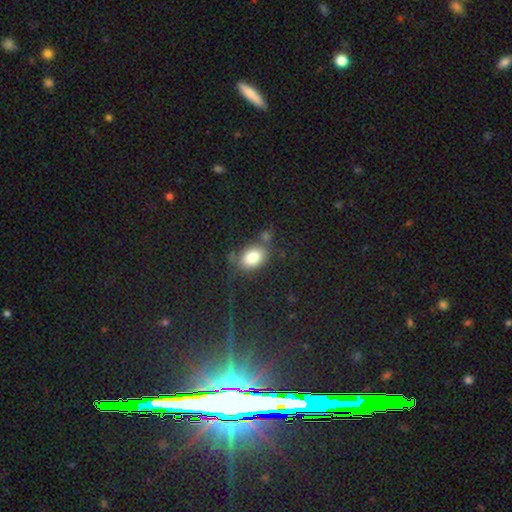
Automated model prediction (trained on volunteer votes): A smooth galaxy with no disk features (82%) that is in between round and cigar-shaped (81%). Merging: none (63%).